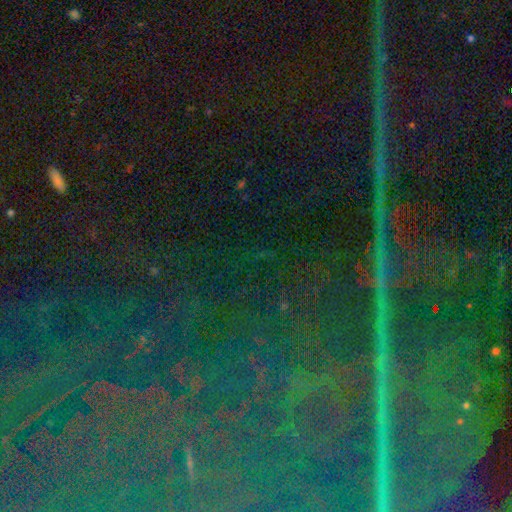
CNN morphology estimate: Smooth or featured: star or artifact — 83% (featured or disk — 9%)